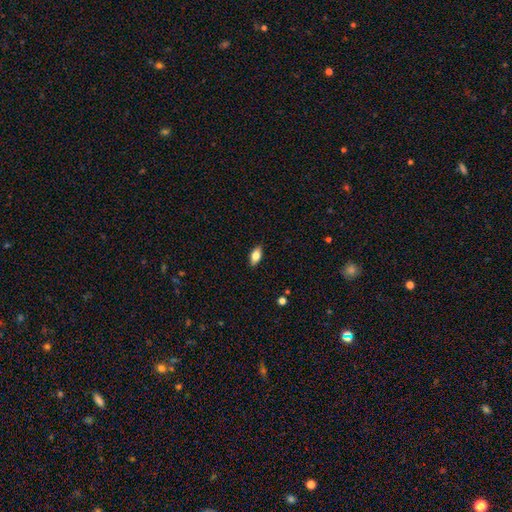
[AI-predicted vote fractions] Smooth or featured? smooth (74%)
How rounded? in between (87%)
Merging? none (87%)